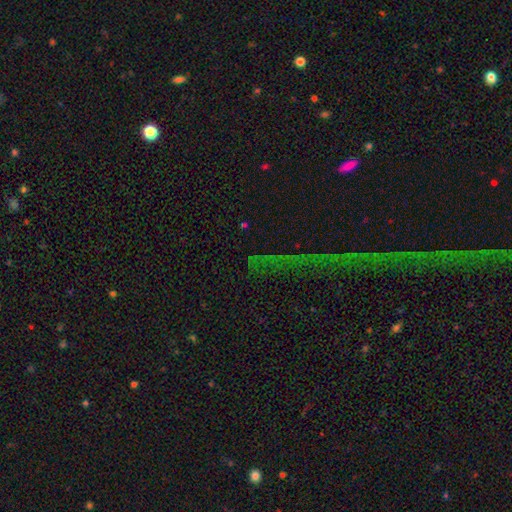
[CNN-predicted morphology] This is likely a star or artifact rather than a galaxy (76%).